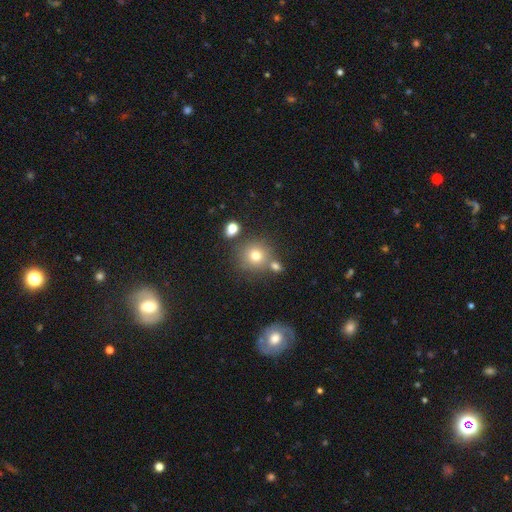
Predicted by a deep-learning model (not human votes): smooth_or_featured: smooth (p=0.75) [alt: star or artifact p=0.14]
how_rounded: round (p=0.90) [alt: in between p=0.09]
merging: none (p=0.70) [alt: merger p=0.16]